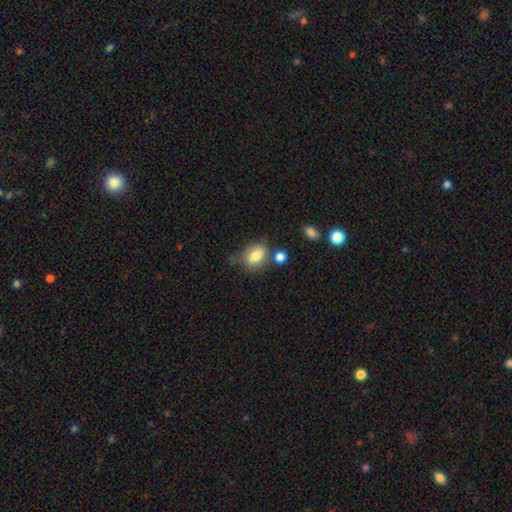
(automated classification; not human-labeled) Q: Smooth or featured?
A: smooth (78%); runner-up: featured or disk (13%)
Q: How rounded?
A: in between (70%); runner-up: round (28%)
Q: Merging?
A: none (52%); runner-up: minor disturbance (25%)